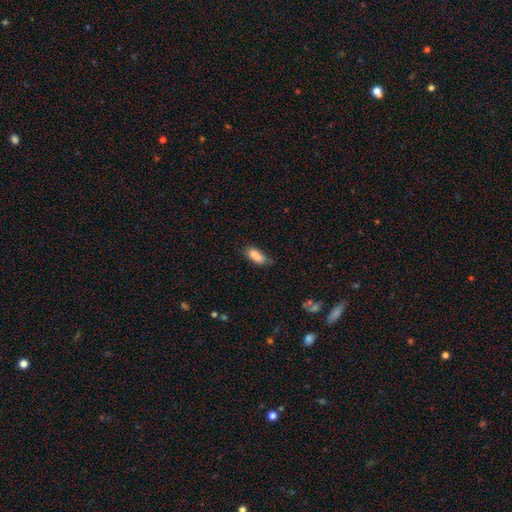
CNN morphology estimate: This is clearly a smooth galaxy (85%). How rounded: likely in between (73%). Merging: possibly none (59%).